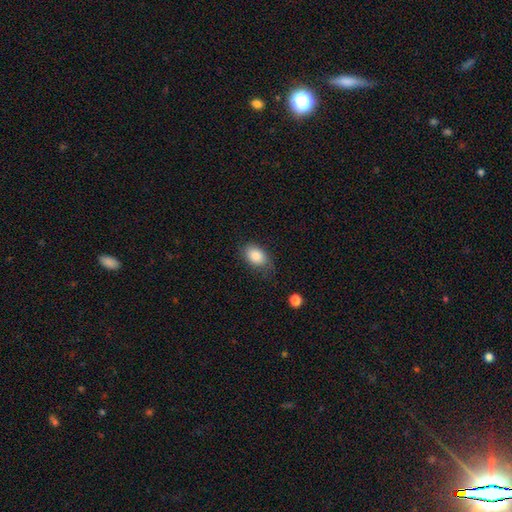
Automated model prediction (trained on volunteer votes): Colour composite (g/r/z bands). It shows a smooth galaxy with no disk features (86%) that is in between round and cigar-shaped (85%). Merging: none (69%).